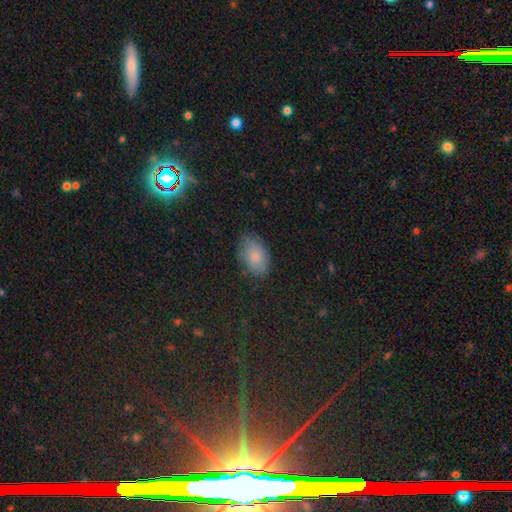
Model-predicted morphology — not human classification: A smooth galaxy with no disk features (77%) that is in between round and cigar-shaped (90%). Merging: none (77%).